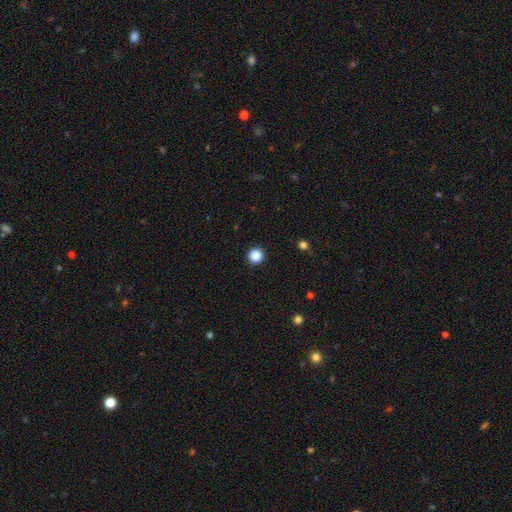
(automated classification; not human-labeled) Overall: smooth (87%). How rounded: round (95%). Merging: none (93%).